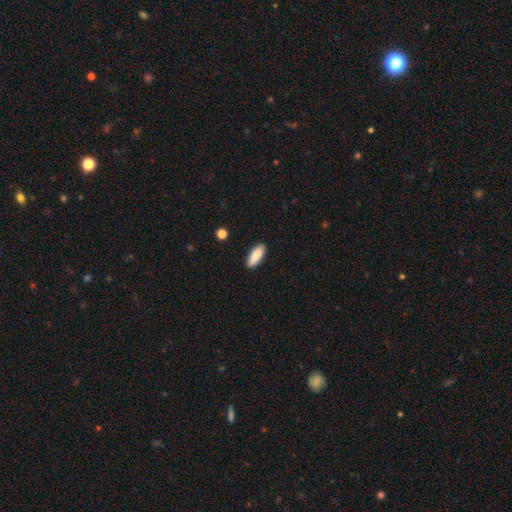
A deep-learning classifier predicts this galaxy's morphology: smooth-or-featured: smooth: 85% | featured or disk: 9% | star or artifact: 6%
  how-rounded: in between: 77% | cigar-shaped: 21% | round: 2%
  merging: none: 89% | minor disturbance: 8% | major disturbance: 2% | merger: 1%